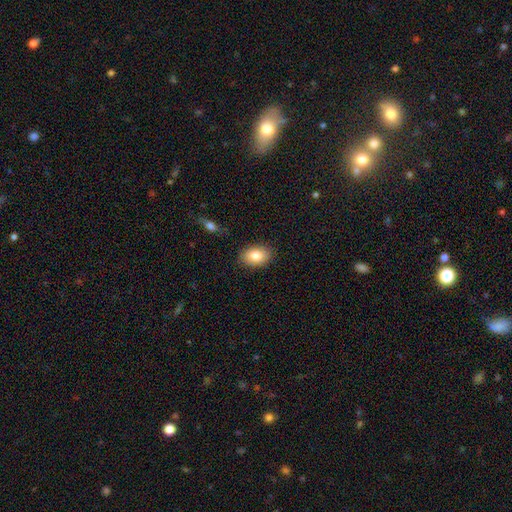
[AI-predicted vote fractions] A smooth galaxy with no disk features (85%) that is in between round and cigar-shaped (87%). Merging: none (87%).